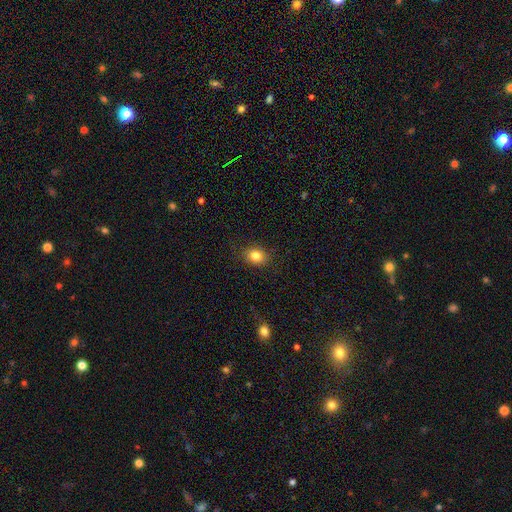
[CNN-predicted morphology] Overall: smooth (82%). How rounded: round (53%; in between 46%). Merging: none (88%).